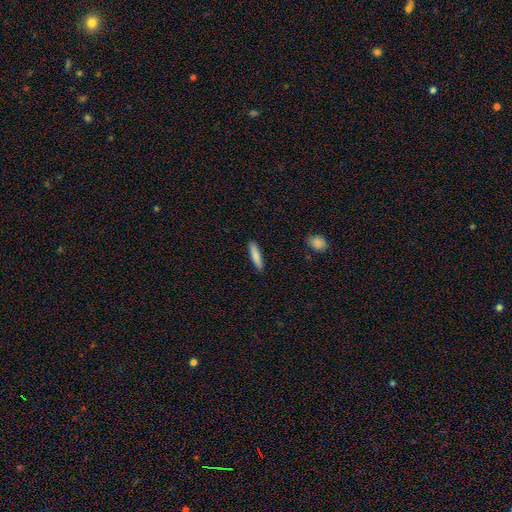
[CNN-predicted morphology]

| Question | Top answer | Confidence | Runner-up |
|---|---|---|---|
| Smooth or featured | smooth | 85% | featured or disk (9%) |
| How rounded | cigar-shaped | 83% | in between (16%) |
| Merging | none | 91% | minor disturbance (7%) |